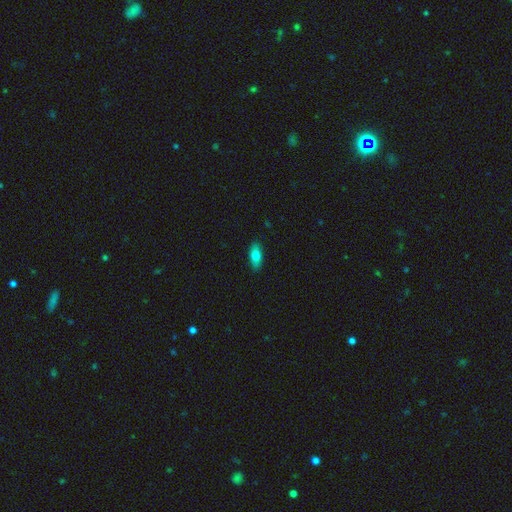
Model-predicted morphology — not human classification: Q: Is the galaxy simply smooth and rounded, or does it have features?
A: smooth — 74%.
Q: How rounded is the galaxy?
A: in between — 79%.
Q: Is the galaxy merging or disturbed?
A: none — 89%.